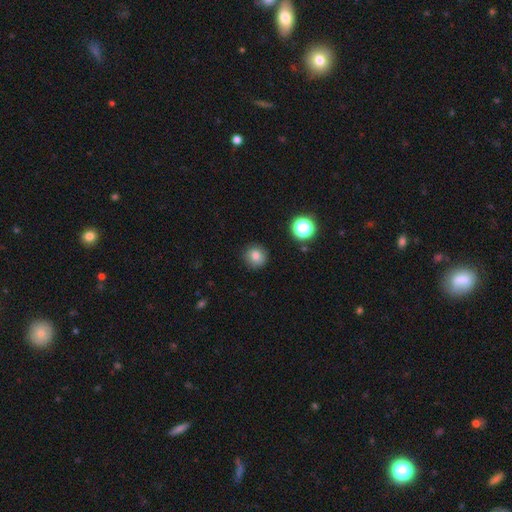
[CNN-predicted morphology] Smooth or featured? smooth (79%)
How rounded? round (91%)
Merging? none (88%)